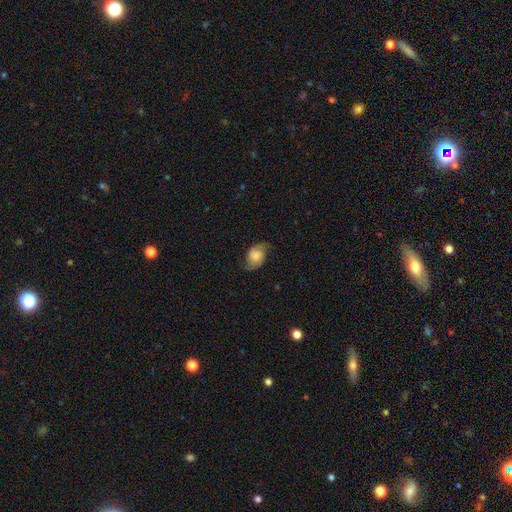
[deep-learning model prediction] Overall: featured or disk (59%; smooth 32%). Edge-on disk: no (97%). Bar: no (66%; weak 28%). Spiral arms: yes (91%). Spiral arm count: 2 (90%). Spiral winding: medium (43%; loose 38%). Bulge size: moderate (32%; large 25%). Merging: none (73%).